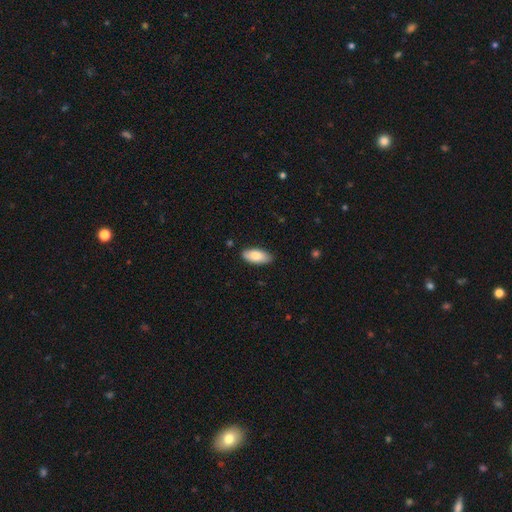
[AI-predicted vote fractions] Overall: smooth (82%). How rounded: in between (89%). Merging: none (83%).